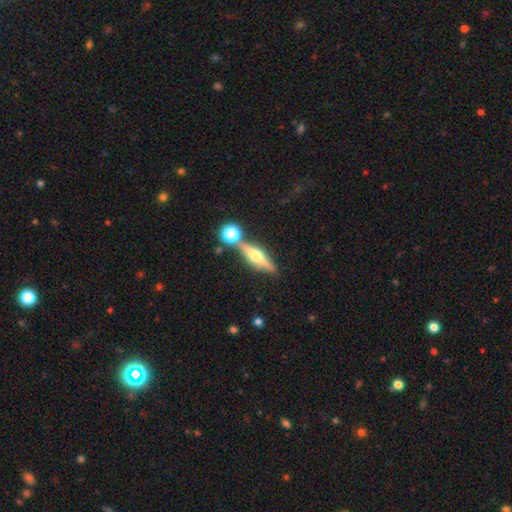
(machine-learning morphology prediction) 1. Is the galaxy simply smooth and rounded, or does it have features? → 65% featured or disk, 26% smooth, 9% star or artifact.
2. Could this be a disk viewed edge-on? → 95% yes, 5% no.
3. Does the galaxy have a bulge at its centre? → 91% rounded, 6% boxy, 3% none.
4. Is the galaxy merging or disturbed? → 71% none, 15% merger, 10% minor disturbance, 4% major disturbance.